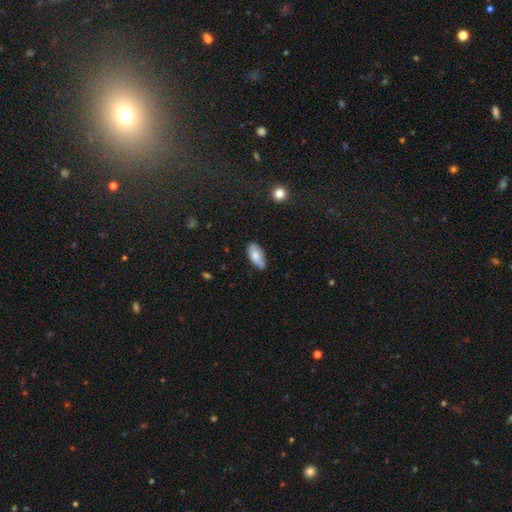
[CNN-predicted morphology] Smooth or featured?
  - smooth: 75% *
  - featured or disk: 18%
  - star or artifact: 6%
How rounded?
  - in between: 91% *
  - cigar-shaped: 7%
  - round: 2%
Merging?
  - none: 74% *
  - minor disturbance: 21%
  - major disturbance: 3%
  - merger: 1%